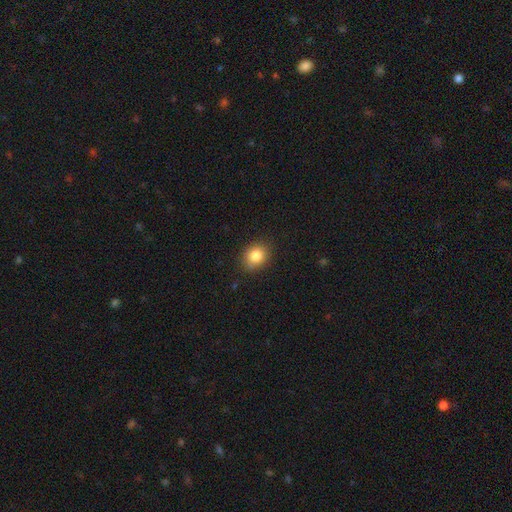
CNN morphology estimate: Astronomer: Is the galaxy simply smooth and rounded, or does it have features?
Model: smooth — 85%.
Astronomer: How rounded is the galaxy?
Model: round — 59% (runner-up: in between, 40%).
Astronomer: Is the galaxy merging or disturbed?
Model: none — 85%.